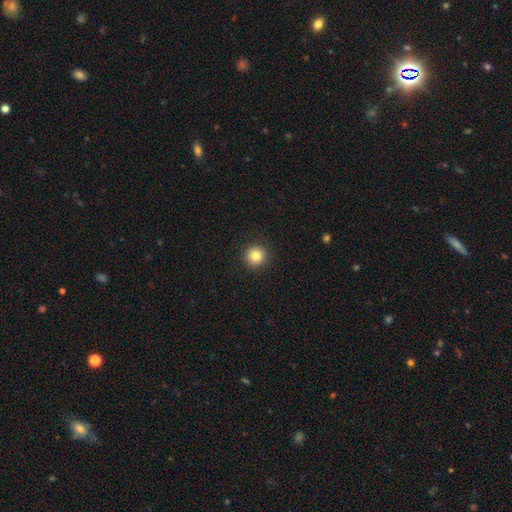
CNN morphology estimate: This is clearly a smooth galaxy (83%). How rounded: clearly round (95%). Merging: clearly none (93%).